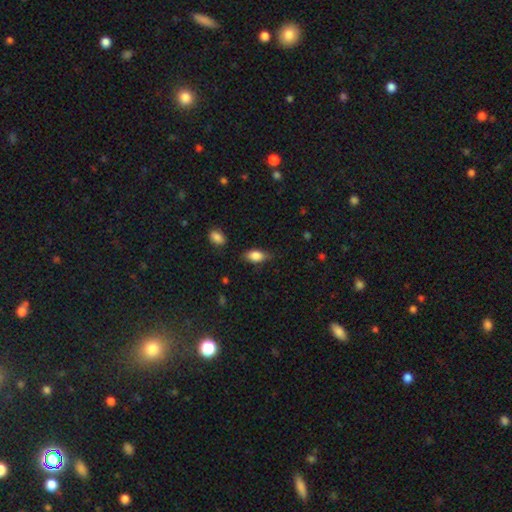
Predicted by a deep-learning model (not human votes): Overall: smooth (82%). How rounded: in between (87%). Merging: none (73%).